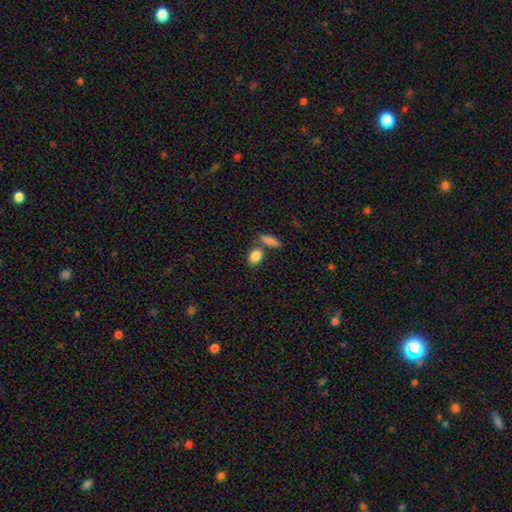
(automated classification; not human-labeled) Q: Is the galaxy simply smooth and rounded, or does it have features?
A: smooth — 86%.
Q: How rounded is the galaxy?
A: in between — 74%.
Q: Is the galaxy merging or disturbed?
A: none — 62%.